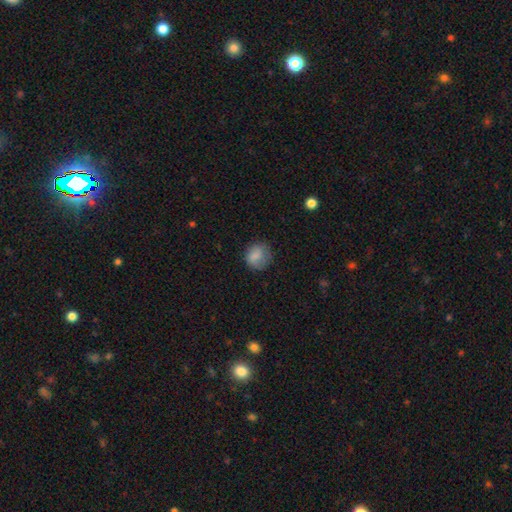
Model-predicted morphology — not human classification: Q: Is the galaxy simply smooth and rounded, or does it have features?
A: smooth — 82%.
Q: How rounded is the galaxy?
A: round — 75%.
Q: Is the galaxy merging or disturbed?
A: none — 68%.